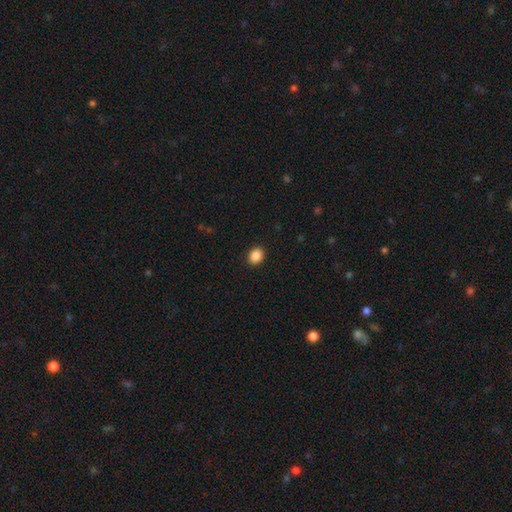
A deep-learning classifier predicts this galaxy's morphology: This is clearly a smooth galaxy (89%). How rounded: possibly in between (56%). Merging: clearly none (91%).